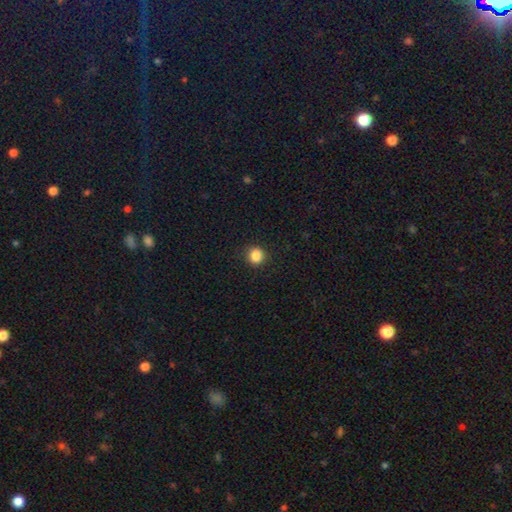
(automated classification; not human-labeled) Smooth or featured? Predicted: smooth (p=0.86). How rounded? Predicted: round (p=0.86). Merging? Predicted: none (p=0.90).